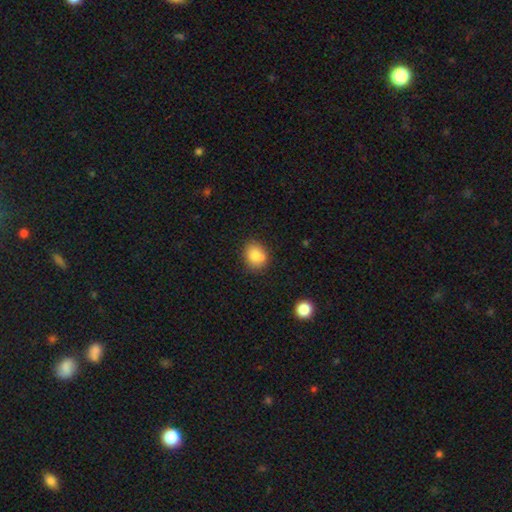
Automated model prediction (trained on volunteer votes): Overall: smooth (80%). How rounded: round (61%; in between 38%). Merging: none (64%).